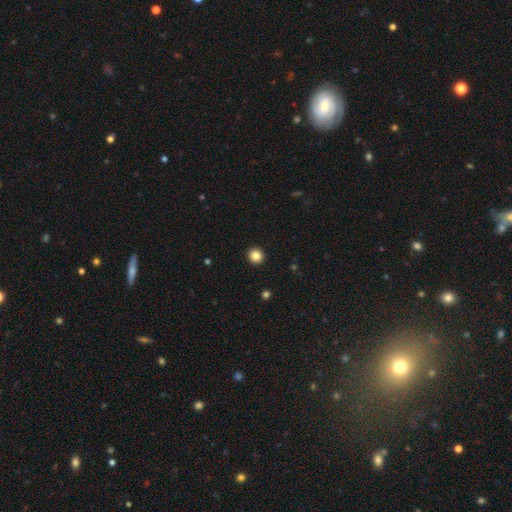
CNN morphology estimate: Smooth or featured: smooth — 85% (star or artifact — 10%)
How rounded: round — 90% (in between — 9%)
Merging: none — 94% (minor disturbance — 4%)